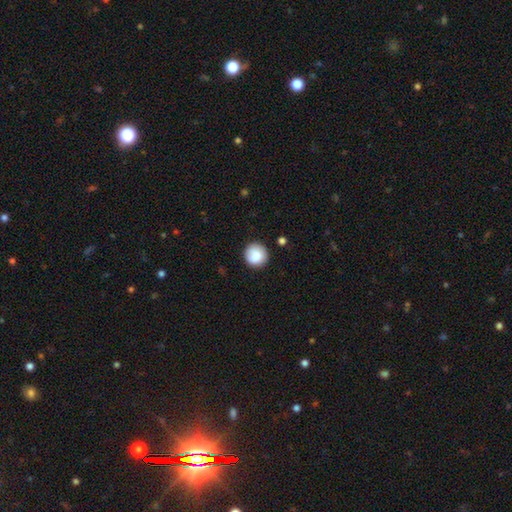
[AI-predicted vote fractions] Smooth or featured: smooth — 85% (star or artifact — 8%)
How rounded: round — 95% (in between — 5%)
Merging: none — 87% (minor disturbance — 9%)